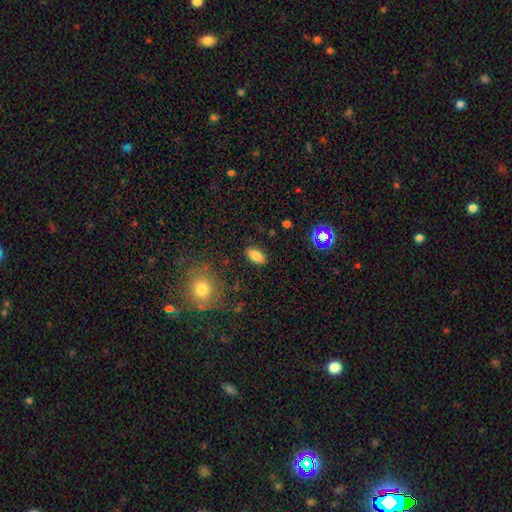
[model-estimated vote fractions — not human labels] Smooth or featured?
  - smooth: 82% *
  - star or artifact: 10%
  - featured or disk: 8%
How rounded?
  - in between: 91% *
  - round: 5%
  - cigar-shaped: 5%
Merging?
  - none: 87% *
  - minor disturbance: 9%
  - major disturbance: 3%
  - merger: 2%